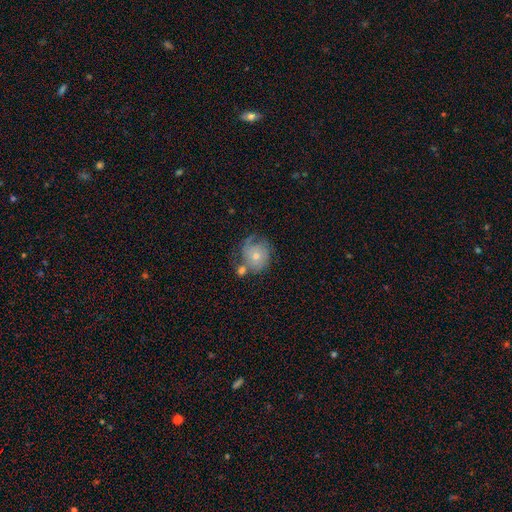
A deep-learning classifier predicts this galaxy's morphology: featured or disk 46%, smooth 45%, star or artifact 8%. Down the decision tree: merging — none (41%).